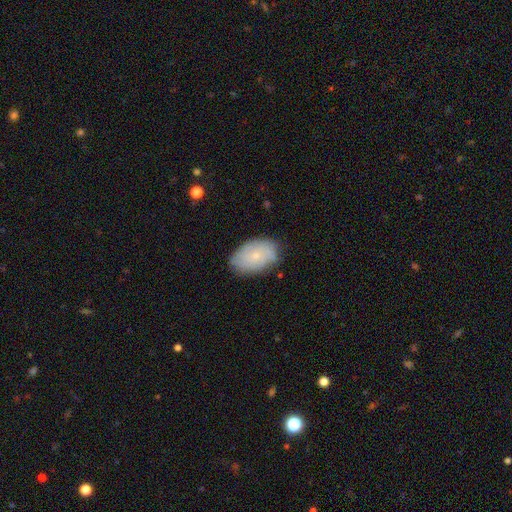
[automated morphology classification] smooth-or-featured: smooth: 59% | featured or disk: 34% | star or artifact: 7%
  how-rounded: in between: 90% | round: 8% | cigar-shaped: 1%
  merging: none: 76% | minor disturbance: 19% | major disturbance: 4% | merger: 1%